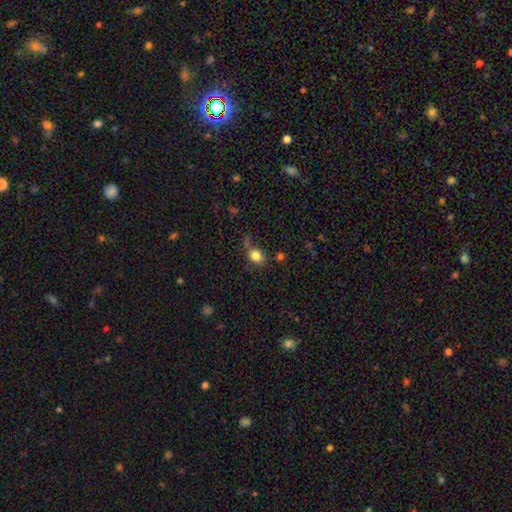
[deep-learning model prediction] smooth-or-featured: smooth: 83% | star or artifact: 11% | featured or disk: 6%
  how-rounded: round: 60% | in between: 39% | cigar-shaped: 1%
  merging: none: 63% | minor disturbance: 20% | merger: 8% | major disturbance: 8%